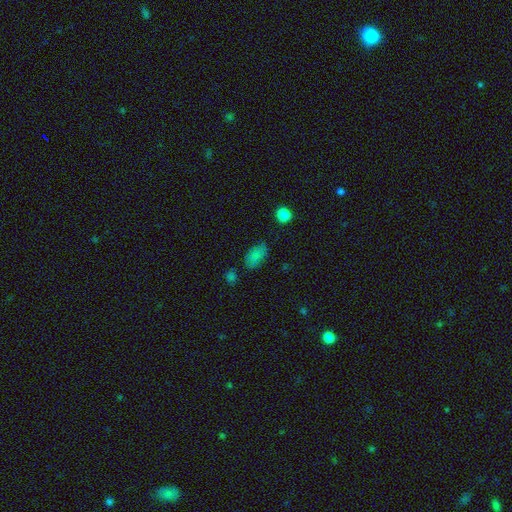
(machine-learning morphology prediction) type=smooth (82%); roundness=in between (93%); merging=none (74%).